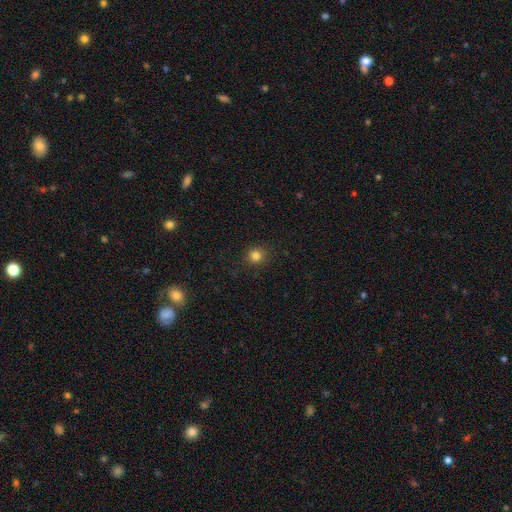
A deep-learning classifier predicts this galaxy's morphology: smooth-or-featured: smooth: 83% | star or artifact: 13% | featured or disk: 4%
  how-rounded: round: 89% | in between: 10% | cigar-shaped: 1%
  merging: none: 90% | minor disturbance: 7% | major disturbance: 2% | merger: 1%